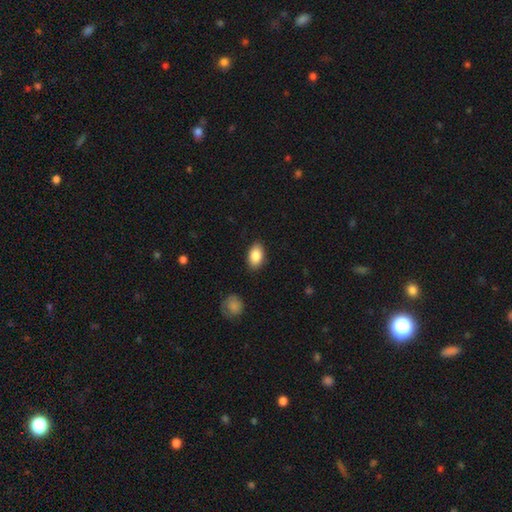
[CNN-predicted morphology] Smooth or featured? smooth (86%)
How rounded? in between (90%)
Merging? none (88%)